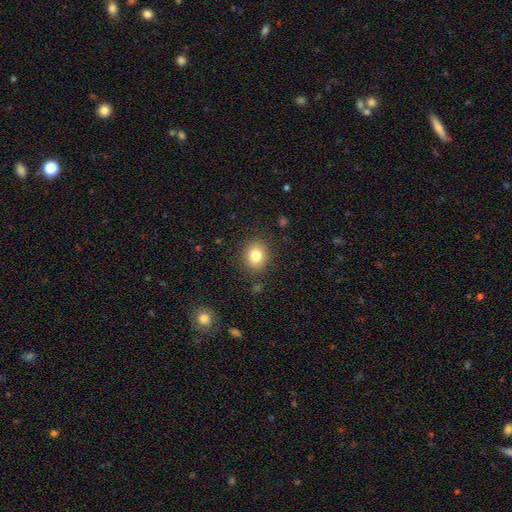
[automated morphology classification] This appears to be a smooth galaxy with no disk features (81%) that is round (70%). Merging: none (88%).